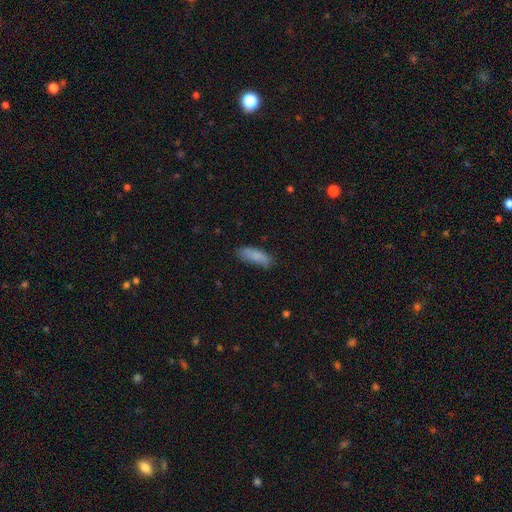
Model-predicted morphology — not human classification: This is clearly a smooth galaxy (82%). How rounded: likely in between (62%). Merging: likely none (72%).